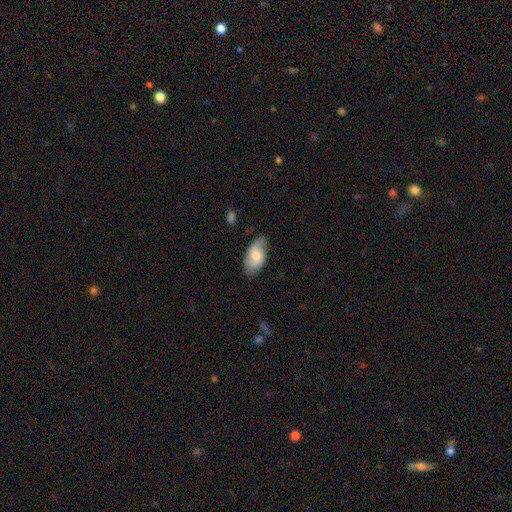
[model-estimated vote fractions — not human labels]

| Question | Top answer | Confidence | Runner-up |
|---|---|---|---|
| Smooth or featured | smooth | 69% | featured or disk (25%) |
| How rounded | in between | 94% | round (4%) |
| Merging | none | 68% | minor disturbance (25%) |